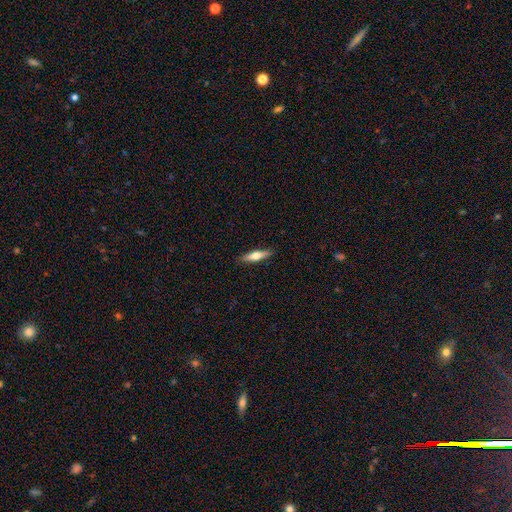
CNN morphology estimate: Overall: smooth (51%; featured or disk 43%). How rounded: cigar-shaped (75%). Merging: none (90%).